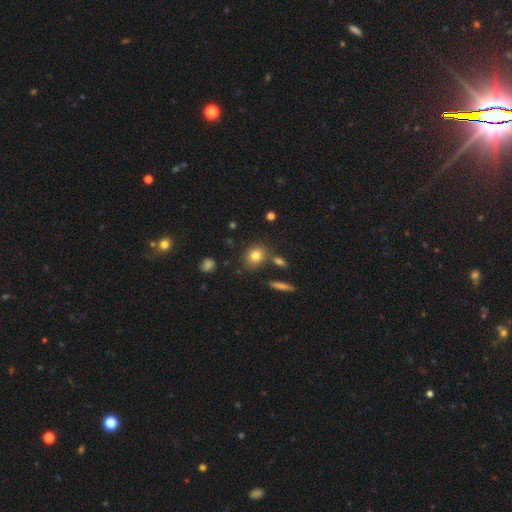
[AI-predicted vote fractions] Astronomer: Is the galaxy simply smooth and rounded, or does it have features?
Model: smooth — 80%.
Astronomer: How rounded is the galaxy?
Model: round — 62%.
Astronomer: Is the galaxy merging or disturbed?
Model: none — 75%.